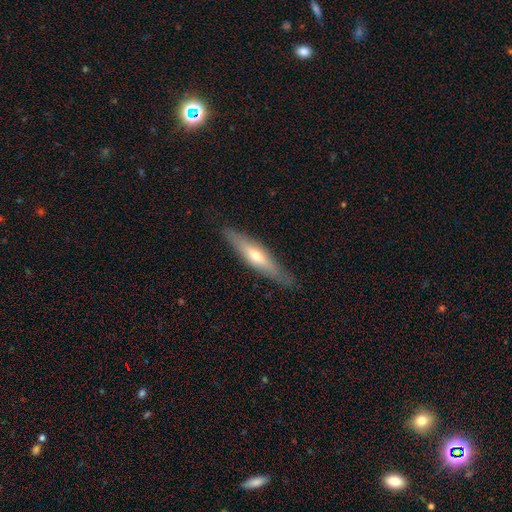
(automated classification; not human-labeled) Smooth or featured? Predicted: smooth (p=0.47, tied with featured or disk). Merging? Predicted: none (p=0.86).